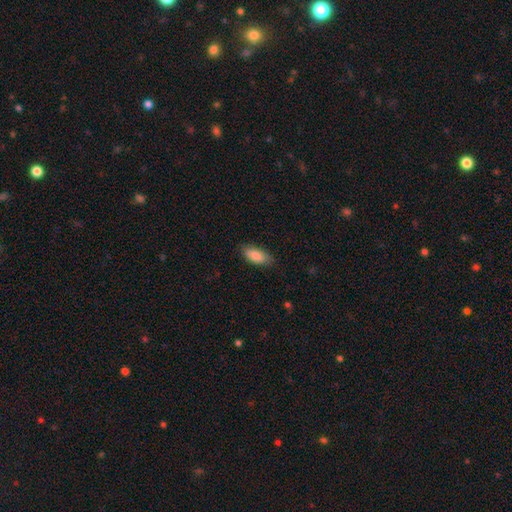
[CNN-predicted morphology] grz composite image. It shows a smooth galaxy with no disk features (86%) that is in between round and cigar-shaped (87%). Merging: none (83%).